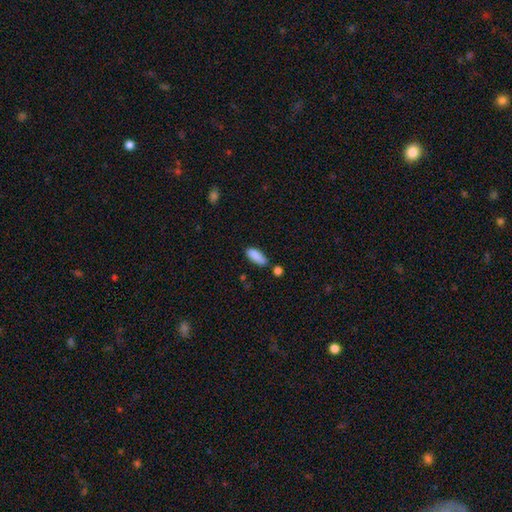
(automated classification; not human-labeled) Q: Smooth or featured?
A: smooth (88%); runner-up: star or artifact (7%)
Q: How rounded?
A: in between (73%); runner-up: cigar-shaped (25%)
Q: Merging?
A: none (70%); runner-up: minor disturbance (18%)